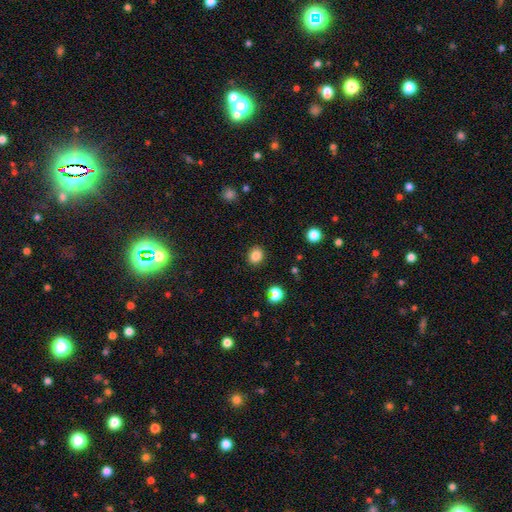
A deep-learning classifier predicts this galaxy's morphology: Smooth or featured?
  - smooth: 85% *
  - star or artifact: 11%
  - featured or disk: 4%
How rounded?
  - round: 67% *
  - in between: 33%
  - cigar-shaped: 1%
Merging?
  - none: 90% *
  - minor disturbance: 7%
  - major disturbance: 2%
  - merger: 1%